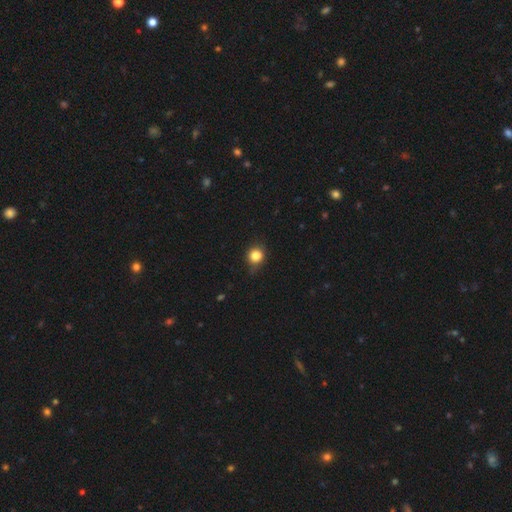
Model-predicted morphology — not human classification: Smooth or featured? Predicted: smooth (p=0.82). How rounded? Predicted: round (p=0.77). Merging? Predicted: none (p=0.70).